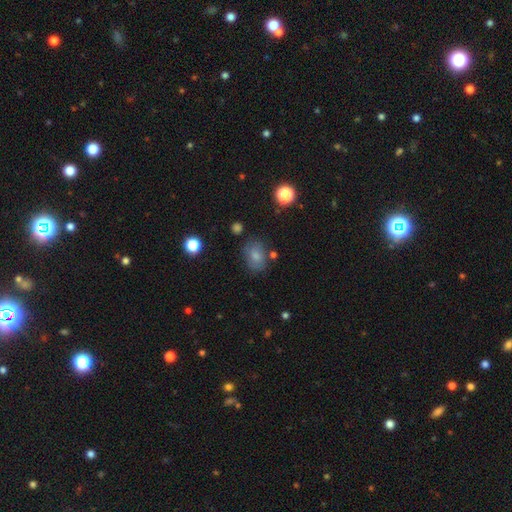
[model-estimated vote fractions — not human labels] This appears to be a smooth galaxy with no disk features (77%) that is in between round and cigar-shaped (68%). Merging: none (69%).